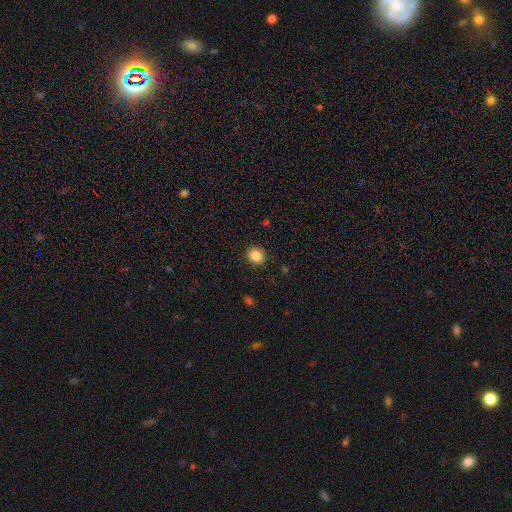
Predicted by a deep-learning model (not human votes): This appears to be a smooth galaxy with no disk features (86%) that is round (79%). Merging: none (90%).